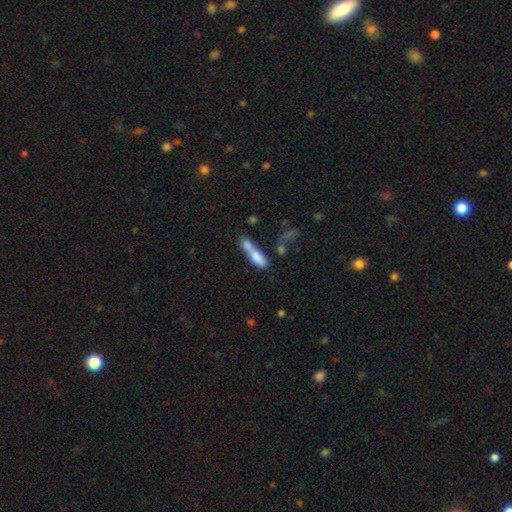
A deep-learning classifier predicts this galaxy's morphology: Smooth or featured? Predicted: smooth (p=0.73). How rounded? Predicted: cigar-shaped (p=0.55). Merging? Predicted: merger (p=0.53).